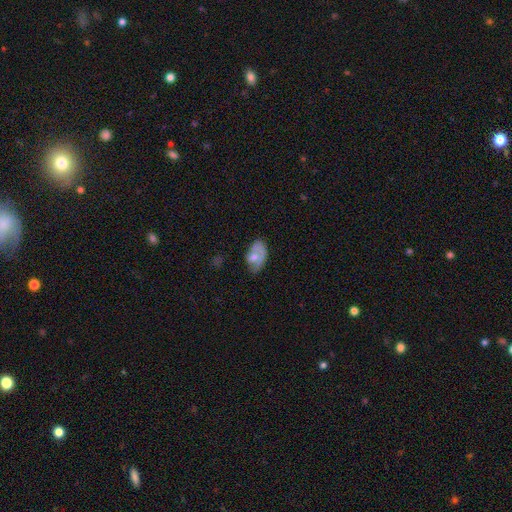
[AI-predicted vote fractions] This is possibly a smooth galaxy (51%). How rounded: clearly in between (88%). Merging: marginally none (36%).